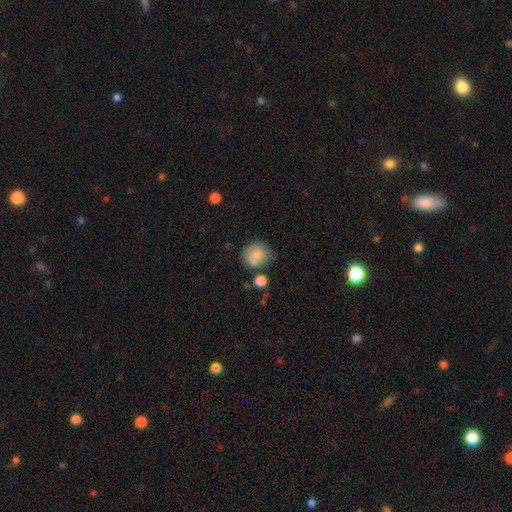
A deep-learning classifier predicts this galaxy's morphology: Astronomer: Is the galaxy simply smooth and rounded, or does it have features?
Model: smooth — 82%.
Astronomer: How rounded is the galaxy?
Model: round — 75%.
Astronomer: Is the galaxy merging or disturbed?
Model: none — 58%.